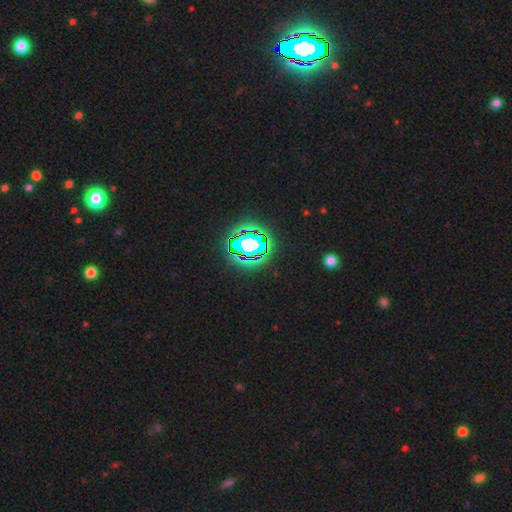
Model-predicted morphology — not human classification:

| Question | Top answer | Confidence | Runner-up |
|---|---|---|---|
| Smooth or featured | star or artifact | 64% | smooth (20%) |